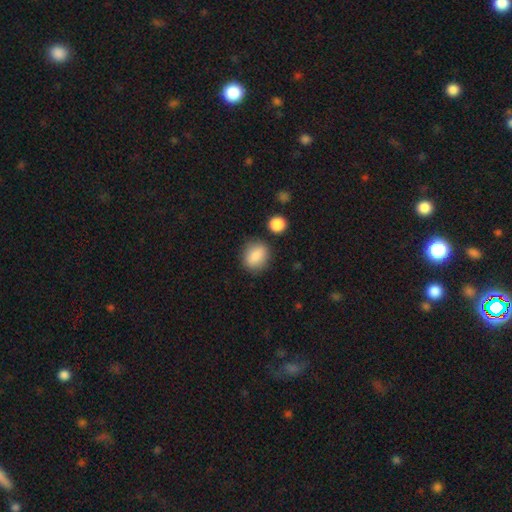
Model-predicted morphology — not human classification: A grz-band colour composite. It shows a smooth galaxy with no disk features (85%) that is in between round and cigar-shaped (52%). Merging: none (78%).